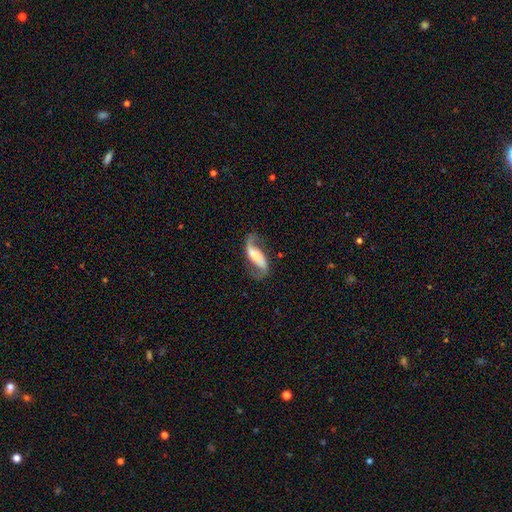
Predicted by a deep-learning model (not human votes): smooth_or_featured: featured or disk (p=0.78) [alt: smooth p=0.16]
disk_edge_on: no (p=0.93) [alt: yes p=0.07]
bar: strong (p=0.38) [alt: no p=0.31]
has_spiral_arms: yes (p=0.94) [alt: no p=0.06]
spiral_winding: loose (p=0.71) [alt: medium p=0.23]
spiral_arm_count: 2 (p=0.89) [alt: 1 p=0.07]
bulge_size: moderate (p=0.26) [alt: small p=0.25]
merging: none (p=0.69) [alt: minor disturbance p=0.17]